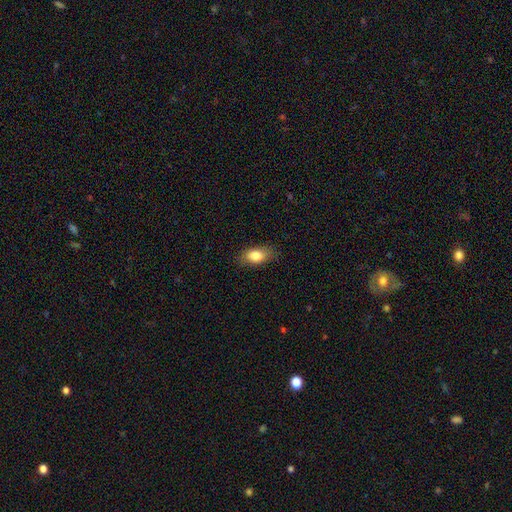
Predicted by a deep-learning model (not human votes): smooth 82%, featured or disk 11%, star or artifact 8%. Down the decision tree: how rounded — in between (86%); merging — none (80%).